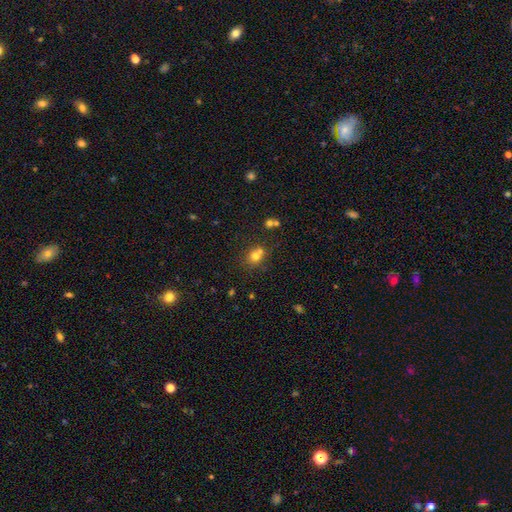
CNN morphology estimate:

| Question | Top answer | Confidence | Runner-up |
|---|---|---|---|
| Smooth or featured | smooth | 71% | star or artifact (16%) |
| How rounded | round | 73% | in between (26%) |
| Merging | none | 48% | merger (38%) |